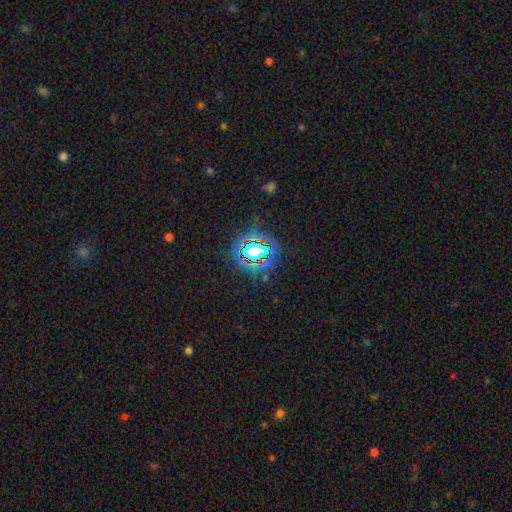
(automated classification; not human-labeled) Smooth or featured?
  - star or artifact: 75% *
  - smooth: 15%
  - featured or disk: 10%